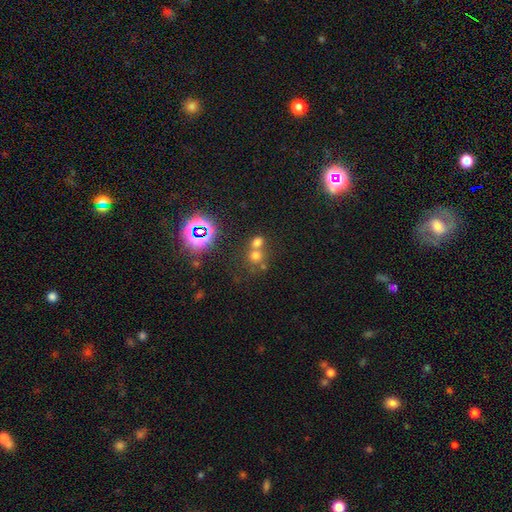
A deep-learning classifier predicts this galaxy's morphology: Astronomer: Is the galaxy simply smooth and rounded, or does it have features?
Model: smooth — 59%.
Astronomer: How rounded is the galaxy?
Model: round — 81%.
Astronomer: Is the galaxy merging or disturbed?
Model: merger — 48% (runner-up: none, 42%).